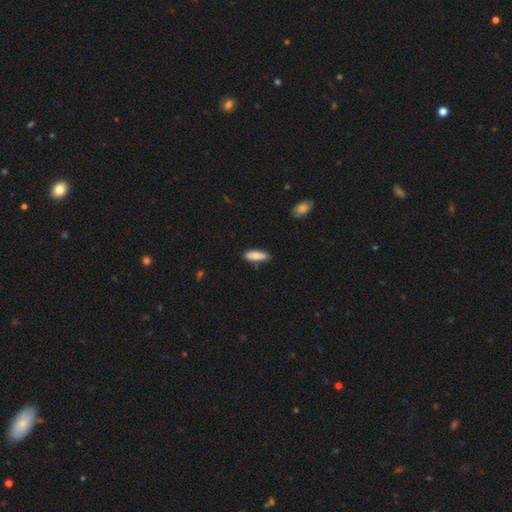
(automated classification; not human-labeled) Morphology: type=smooth (78%); roundness=in between (56%); merging=none (77%).